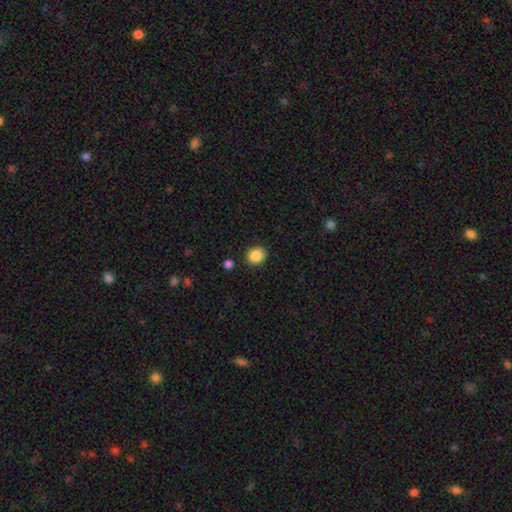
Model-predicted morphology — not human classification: This appears to be a smooth galaxy with no disk features (88%) that is round (78%). Merging: none (89%).